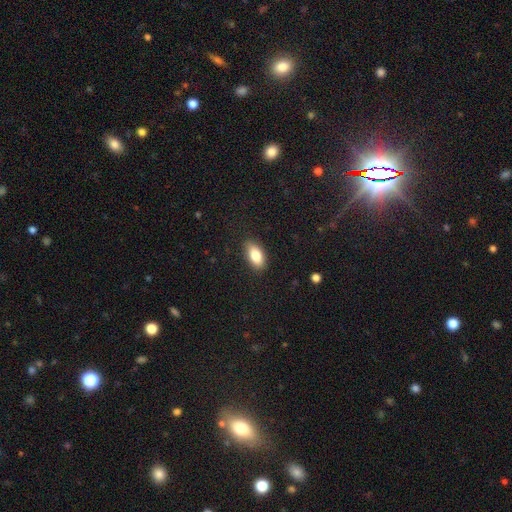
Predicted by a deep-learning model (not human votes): The model was most divided on "smooth or featured": smooth: 83%, featured or disk: 10%, star or artifact: 7%. More confident: how rounded — in between (90%); merging — none (86%).